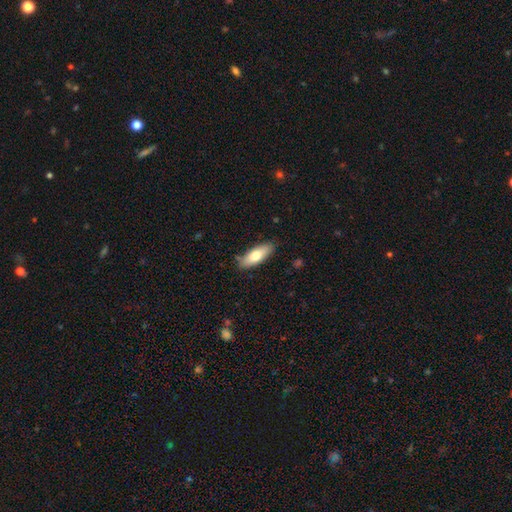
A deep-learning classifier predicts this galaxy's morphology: Overall: smooth (70%). How rounded: in between (67%; cigar-shaped 31%). Merging: none (84%).